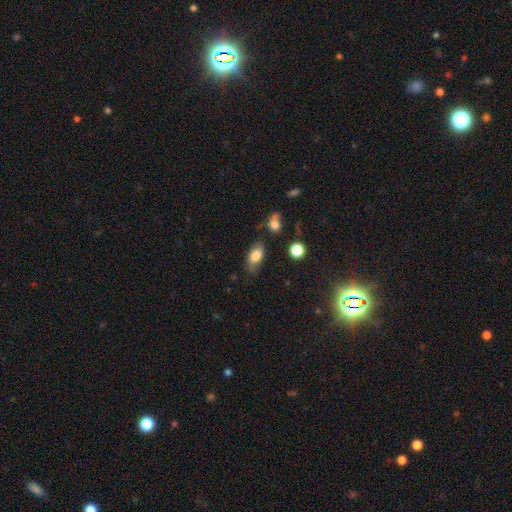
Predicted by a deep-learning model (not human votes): A smooth galaxy with no disk features (78%) that is in between round and cigar-shaped (89%). Merging: none (63%).